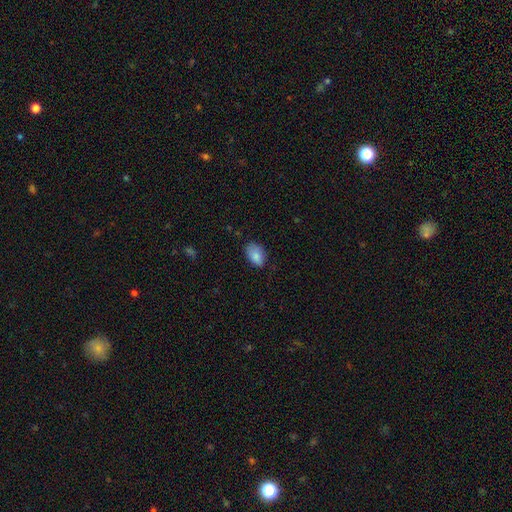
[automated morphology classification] Smooth or featured? Predicted: smooth (p=0.84). How rounded? Predicted: in between (p=0.89). Merging? Predicted: none (p=0.68).